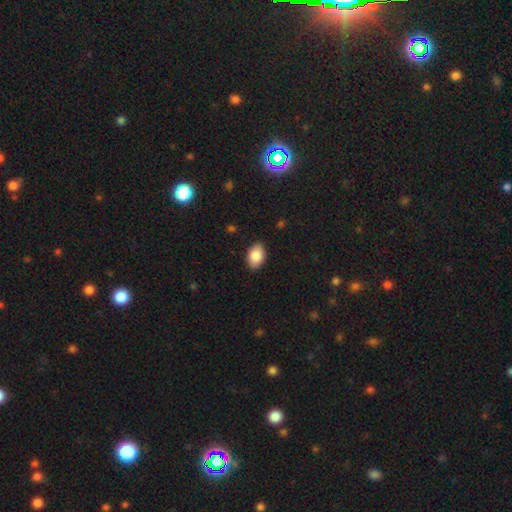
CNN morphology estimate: This appears to be a smooth galaxy with no disk features (86%) that is in between round and cigar-shaped (90%). Merging: none (88%).